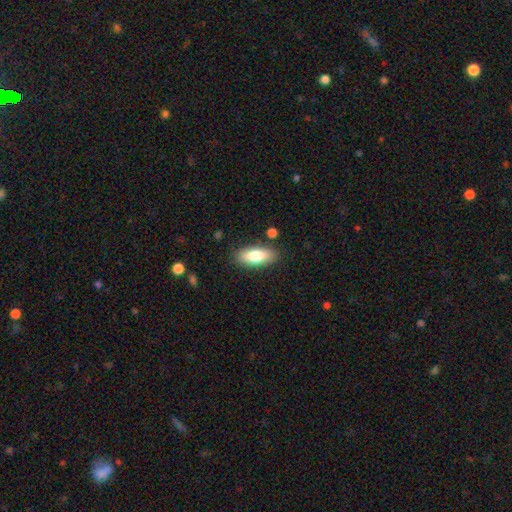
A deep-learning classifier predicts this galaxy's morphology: Smooth or featured? Predicted: smooth (p=0.79). How rounded? Predicted: in between (p=0.81). Merging? Predicted: none (p=0.85).